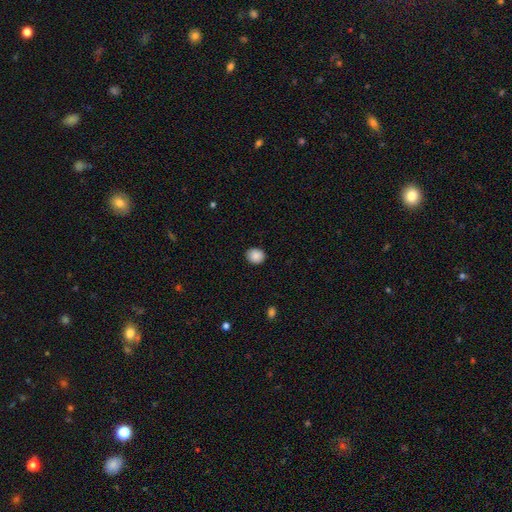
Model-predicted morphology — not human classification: Q: Smooth or featured?
A: smooth (89%); runner-up: star or artifact (8%)
Q: How rounded?
A: round (74%); runner-up: in between (25%)
Q: Merging?
A: none (89%); runner-up: minor disturbance (8%)